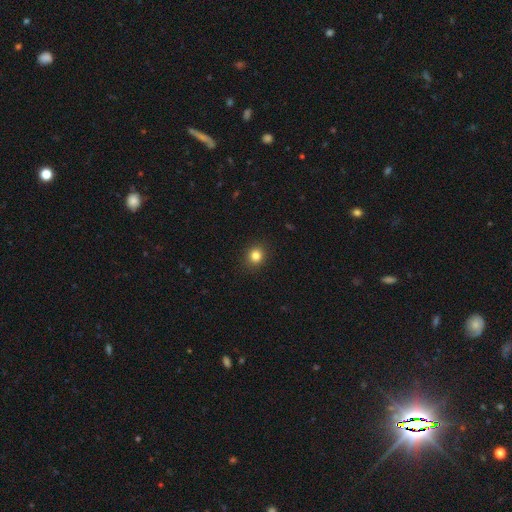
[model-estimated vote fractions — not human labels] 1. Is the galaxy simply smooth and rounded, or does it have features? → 83% smooth, 12% star or artifact, 5% featured or disk.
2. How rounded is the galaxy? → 82% round, 17% in between, 1% cigar-shaped.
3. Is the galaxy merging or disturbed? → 91% none, 6% minor disturbance, 2% major disturbance, 1% merger.